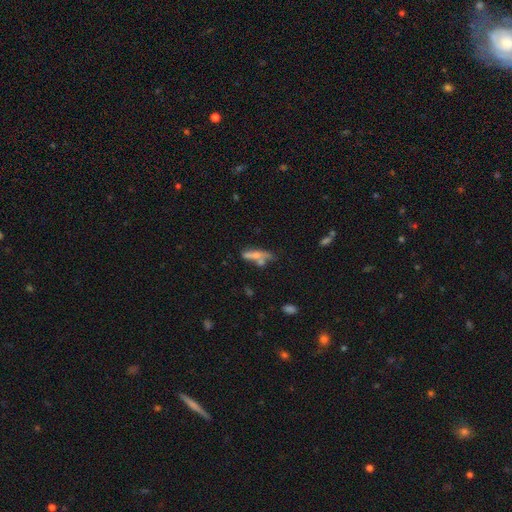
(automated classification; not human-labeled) Smooth or featured? Predicted: smooth (p=0.56). How rounded? Predicted: cigar-shaped (p=0.63). Merging? Predicted: none (p=0.37).